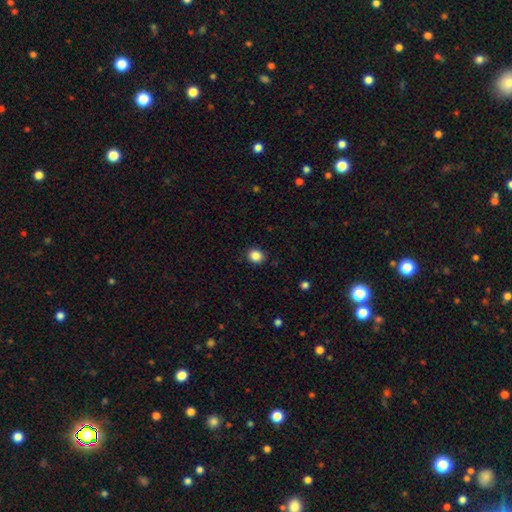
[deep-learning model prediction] The model was most divided on "how rounded": round: 77%, in between: 22%, cigar-shaped: 1%. More confident: merging — none (89%); smooth or featured — smooth (86%).